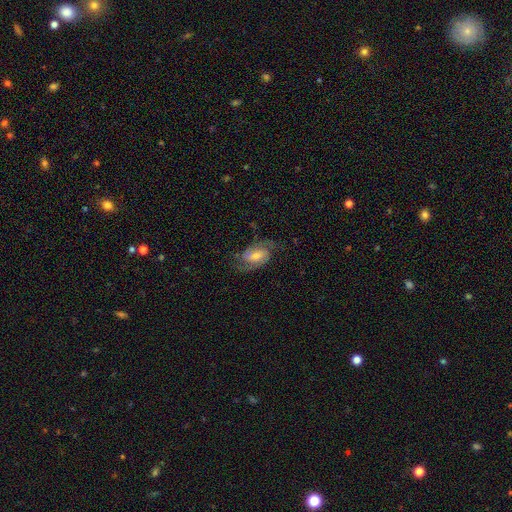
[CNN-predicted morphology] Overall: featured or disk (79%). Edge-on disk: no (96%). Bar: weak (48%; no 35%). Spiral arms: yes (96%). Spiral arm count: 2 (88%). Spiral winding: medium (52%; tight 25%). Bulge size: moderate (46%; small 40%). Merging: none (74%).